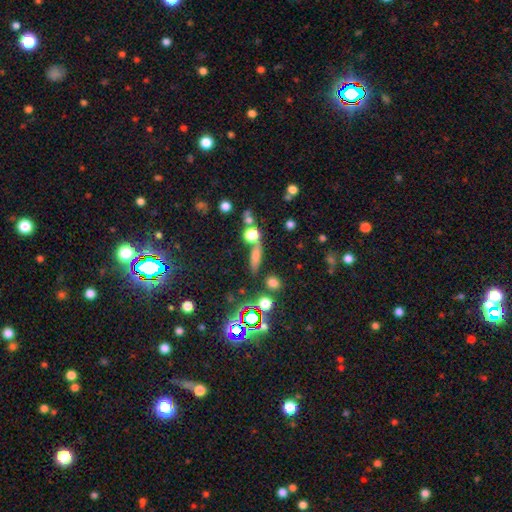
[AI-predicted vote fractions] smooth_or_featured: smooth (p=0.60) [alt: star or artifact p=0.20]
how_rounded: cigar-shaped (p=0.59) [alt: in between p=0.25]
merging: none (p=0.63) [alt: merger p=0.17]